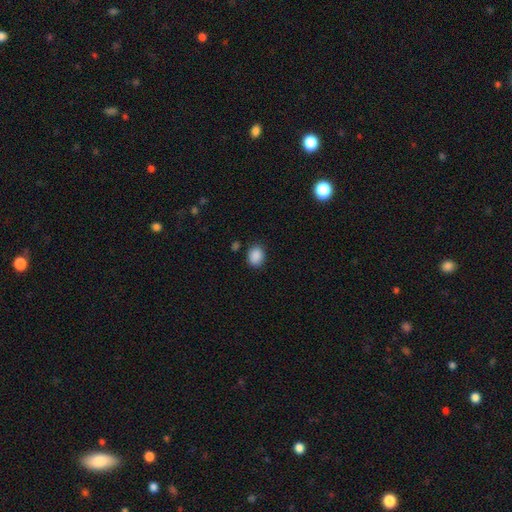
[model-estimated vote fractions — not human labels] Smooth or featured: smooth — 88% (star or artifact — 9%)
How rounded: round — 50% (in between — 49%)
Merging: none — 83% (minor disturbance — 12%)